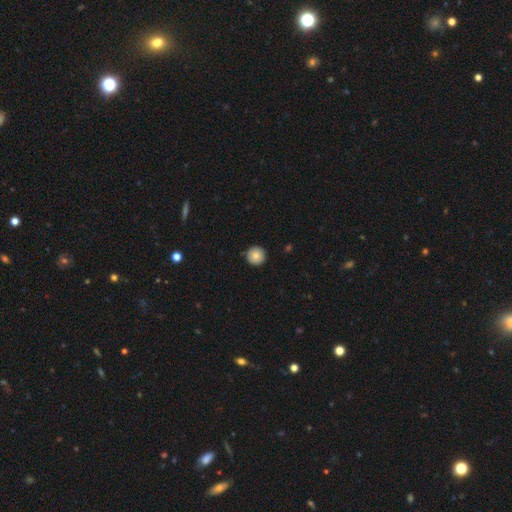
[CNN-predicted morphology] The model was most divided on "smooth or featured": smooth: 84%, star or artifact: 9%, featured or disk: 7%. More confident: how rounded — round (96%); merging — none (91%).